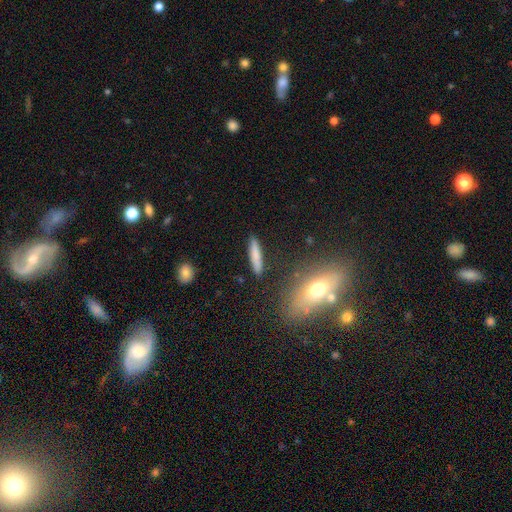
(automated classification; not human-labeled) Smooth or featured? smooth (76%)
How rounded? cigar-shaped (89%)
Merging? none (88%)